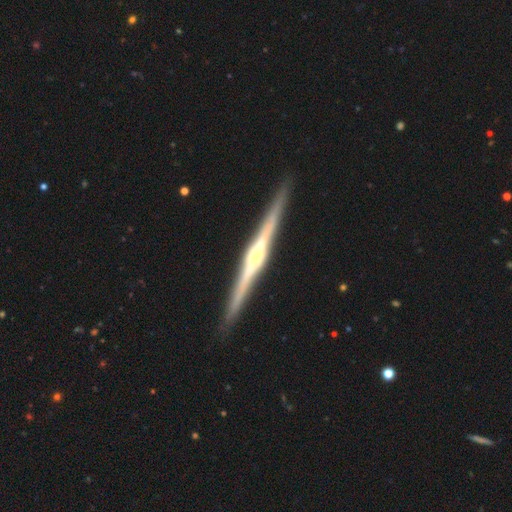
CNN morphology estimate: A featured or disk galaxy (85%) viewed edge-on (98%) with a rounded central bulge (47%).

Vote fractions:
- Smooth or featured? featured or disk: 85% / smooth: 10% / star or artifact: 5%
- Edge-on disk? yes: 98% / no: 2%
- Edge-on bulge? rounded: 47% / boxy: 39% / none: 14%
- Merging? none: 91% / minor disturbance: 6% / major disturbance: 1% / merger: 1%